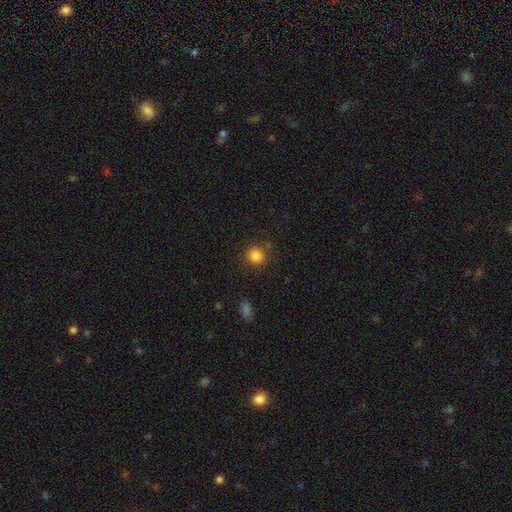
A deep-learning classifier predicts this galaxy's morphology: A smooth galaxy with no disk features (84%) that is round (90%).

Vote fractions:
- Smooth or featured? smooth: 84% / star or artifact: 11% / featured or disk: 5%
- How rounded? round: 90% / in between: 9% / cigar-shaped: 1%
- Merging? none: 85% / minor disturbance: 8% / merger: 3% / major disturbance: 3%